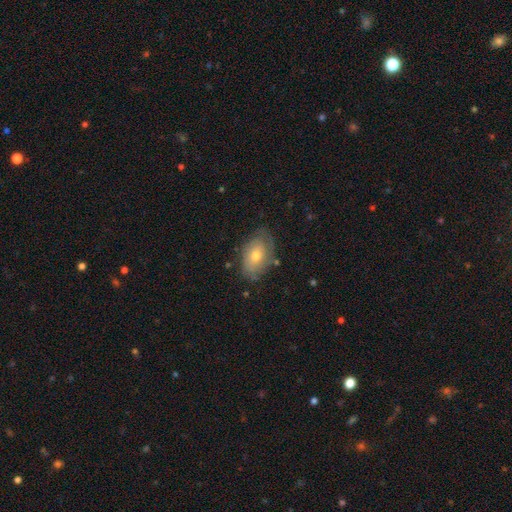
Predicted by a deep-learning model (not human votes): Morphology: type=smooth (50%); roundness=in between (89%); merging=none (69%).